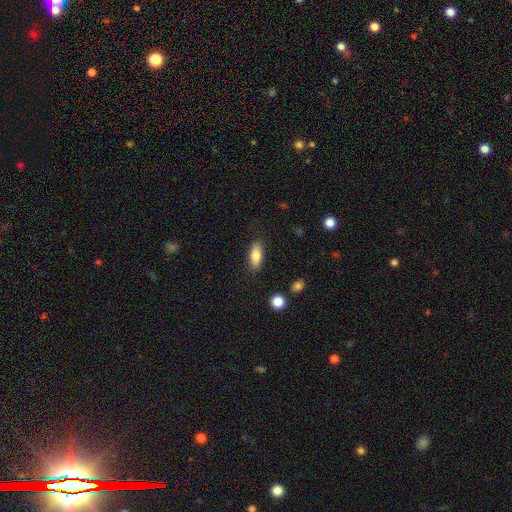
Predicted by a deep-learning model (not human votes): A smooth galaxy with no disk features (79%) that is in between round and cigar-shaped (76%).

Vote fractions:
- Smooth or featured? smooth: 79% / featured or disk: 14% / star or artifact: 7%
- How rounded? in between: 76% / cigar-shaped: 21% / round: 3%
- Merging? none: 85% / minor disturbance: 11% / major disturbance: 3% / merger: 2%